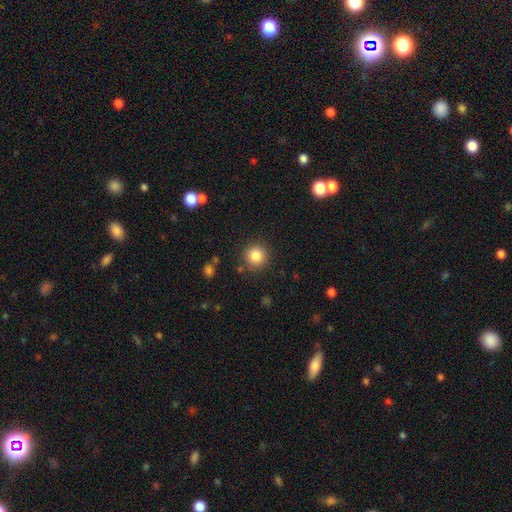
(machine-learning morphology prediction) smooth-or-featured: smooth: 83% | star or artifact: 11% | featured or disk: 5%
  how-rounded: round: 94% | in between: 5% | cigar-shaped: 1%
  merging: none: 88% | minor disturbance: 7% | major disturbance: 3% | merger: 2%